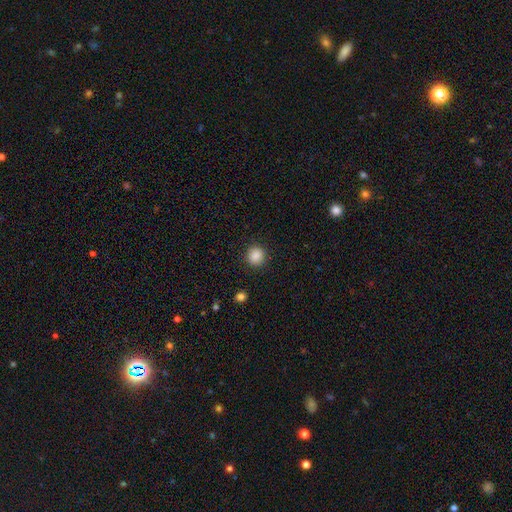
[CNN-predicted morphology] Q: Smooth or featured?
A: smooth (87%); runner-up: star or artifact (10%)
Q: How rounded?
A: round (90%); runner-up: in between (9%)
Q: Merging?
A: none (91%); runner-up: minor disturbance (6%)